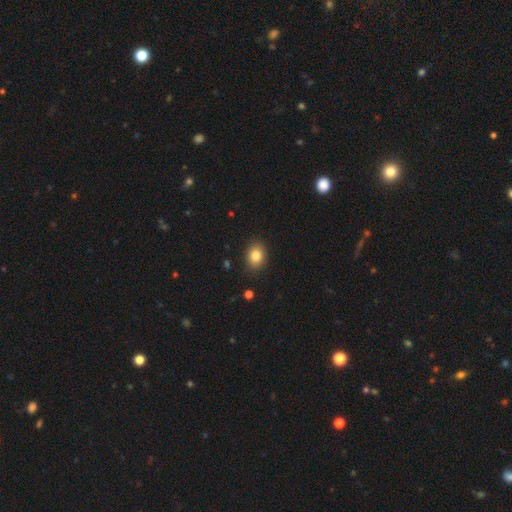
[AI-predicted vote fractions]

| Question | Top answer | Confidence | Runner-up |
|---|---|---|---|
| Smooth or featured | smooth | 83% | star or artifact (10%) |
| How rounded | in between | 60% | round (39%) |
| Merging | none | 87% | minor disturbance (10%) |